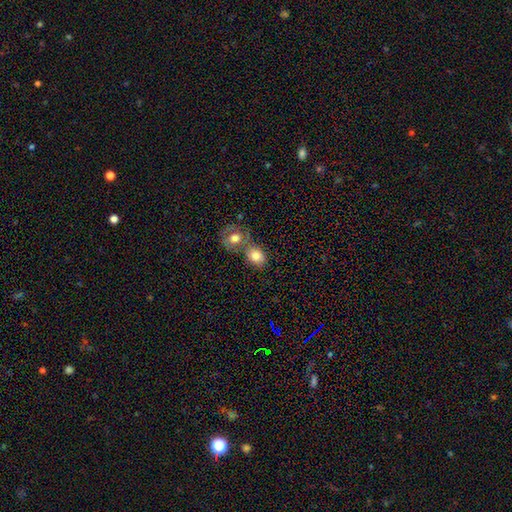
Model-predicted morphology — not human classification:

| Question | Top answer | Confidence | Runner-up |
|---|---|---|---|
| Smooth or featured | smooth | 81% | featured or disk (12%) |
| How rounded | in between | 53% | round (45%) |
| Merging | merger | 50% | none (35%) |